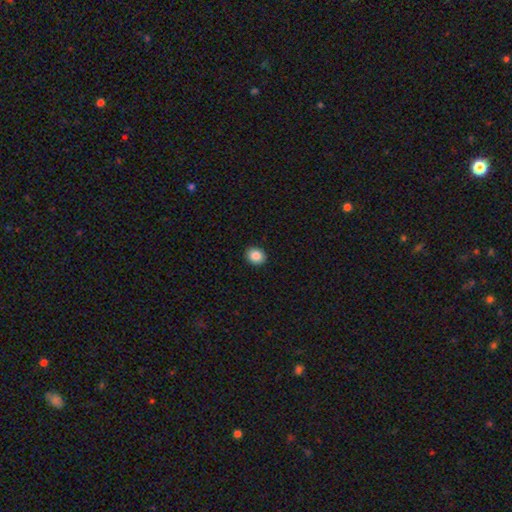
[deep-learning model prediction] This appears to be a smooth galaxy with no disk features (87%) that is round (60%). Merging: none (92%).